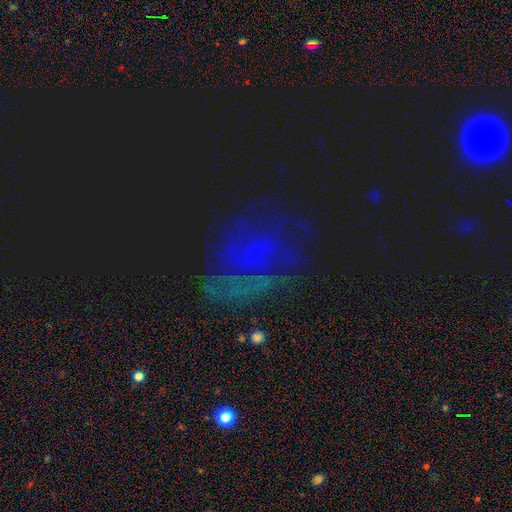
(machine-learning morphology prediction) Smooth or featured?
  - star or artifact: 46% *
  - featured or disk: 31%
  - smooth: 23%